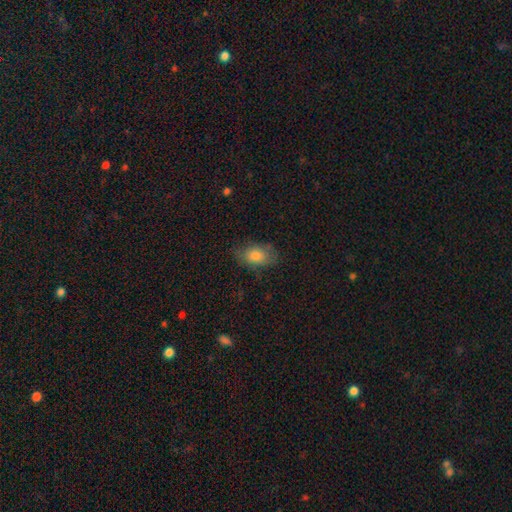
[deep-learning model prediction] Smooth or featured? Predicted: smooth (p=0.79). How rounded? Predicted: in between (p=0.86). Merging? Predicted: none (p=0.72).